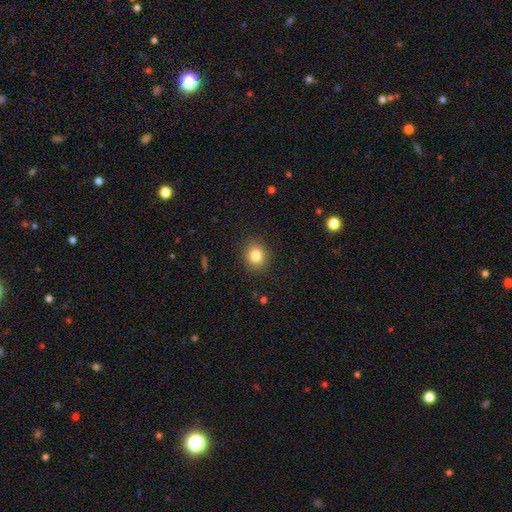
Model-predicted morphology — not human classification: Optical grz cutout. It shows a smooth galaxy with no disk features (82%) that is round (72%). Merging: none (89%).